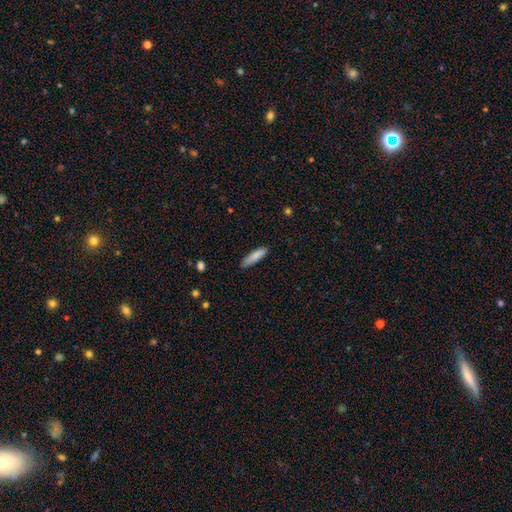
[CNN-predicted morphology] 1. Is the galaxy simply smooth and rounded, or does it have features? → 84% smooth, 10% featured or disk, 6% star or artifact.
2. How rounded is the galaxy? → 71% cigar-shaped, 27% in between, 1% round.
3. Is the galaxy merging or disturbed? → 82% none, 14% minor disturbance, 2% major disturbance, 1% merger.